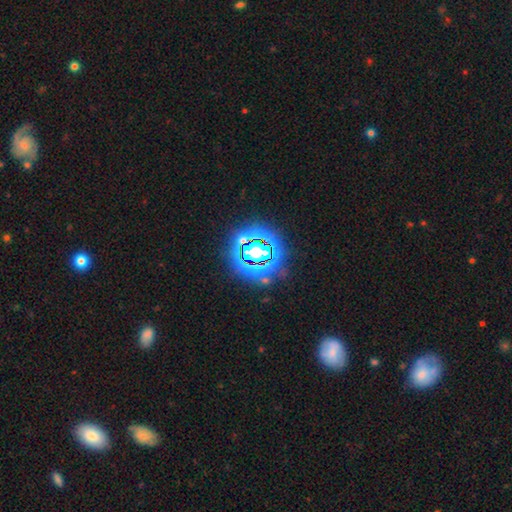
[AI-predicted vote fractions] This is likely a star or artifact rather than a galaxy (74%).